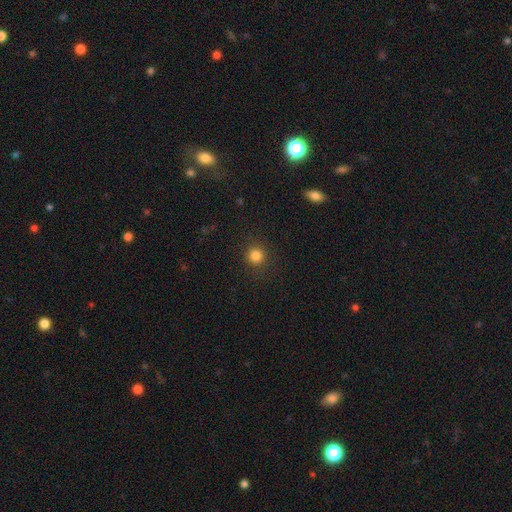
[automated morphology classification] This appears to be a smooth galaxy with no disk features (83%) that is round (93%). Merging: none (90%).